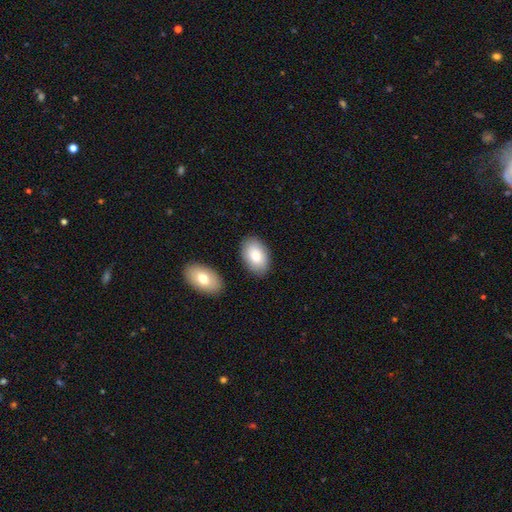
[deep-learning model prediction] Q: Smooth or featured?
A: smooth (83%); runner-up: featured or disk (11%)
Q: How rounded?
A: in between (92%); runner-up: round (7%)
Q: Merging?
A: none (84%); runner-up: minor disturbance (10%)